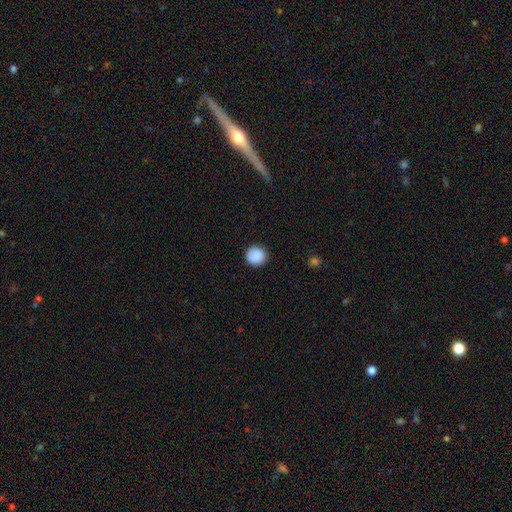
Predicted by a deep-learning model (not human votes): A smooth galaxy with no disk features (89%) that is round (93%). Merging: none (90%).